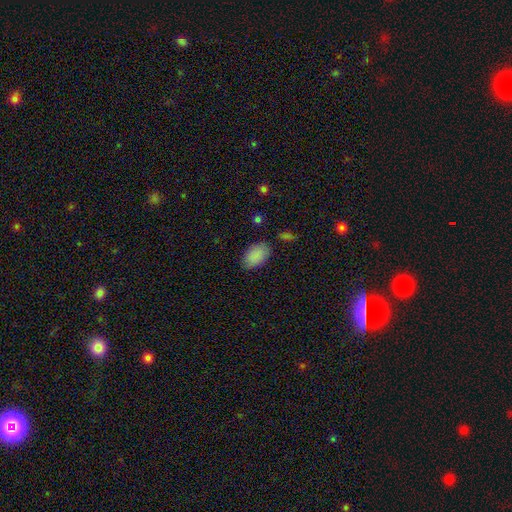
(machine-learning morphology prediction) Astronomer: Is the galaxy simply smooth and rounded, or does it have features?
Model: smooth — 89%.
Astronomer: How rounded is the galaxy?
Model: in between — 93%.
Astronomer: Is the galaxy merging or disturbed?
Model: none — 82%.